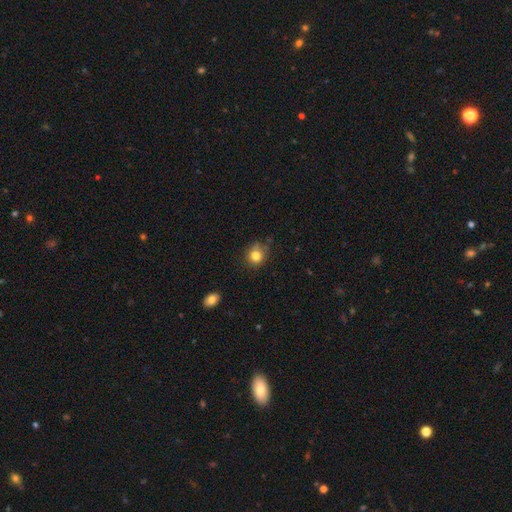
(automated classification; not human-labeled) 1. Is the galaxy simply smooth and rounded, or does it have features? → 81% smooth, 12% star or artifact, 8% featured or disk.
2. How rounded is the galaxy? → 82% round, 17% in between, 1% cigar-shaped.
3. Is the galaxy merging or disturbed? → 70% none, 21% minor disturbance, 5% major disturbance, 4% merger.